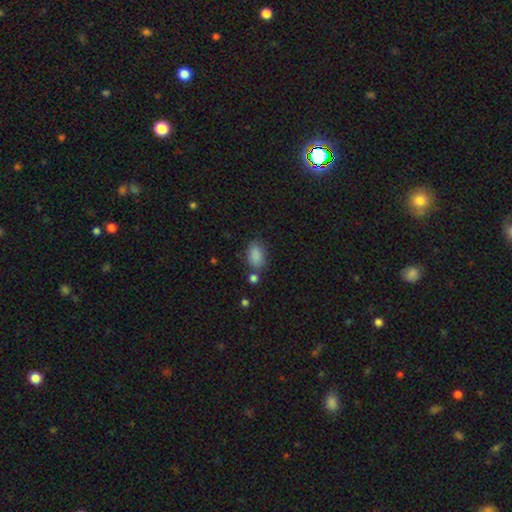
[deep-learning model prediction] Smooth or featured: smooth — 86% (star or artifact — 9%)
How rounded: in between — 86% (round — 12%)
Merging: none — 68% (minor disturbance — 17%)